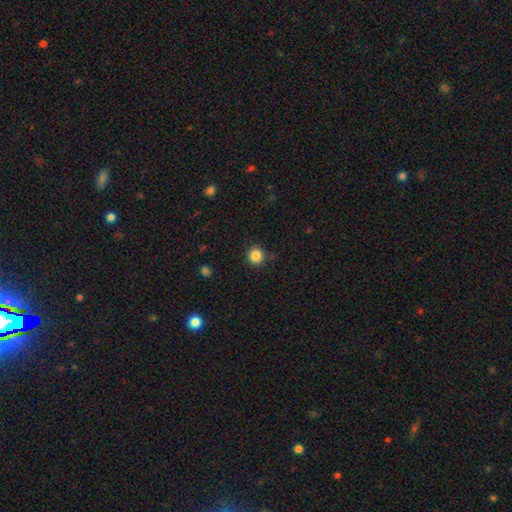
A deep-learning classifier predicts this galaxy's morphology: Smooth or featured? Predicted: smooth (p=0.85). How rounded? Predicted: round (p=0.92). Merging? Predicted: none (p=0.89).